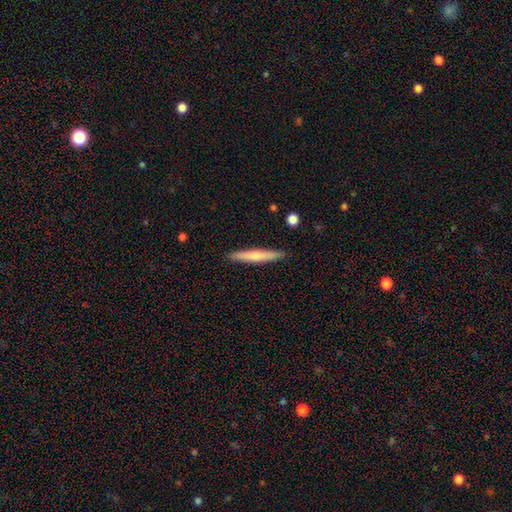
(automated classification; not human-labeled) A smooth galaxy with no disk features (61%) that is cigar-shaped (94%). Merging: none (91%).